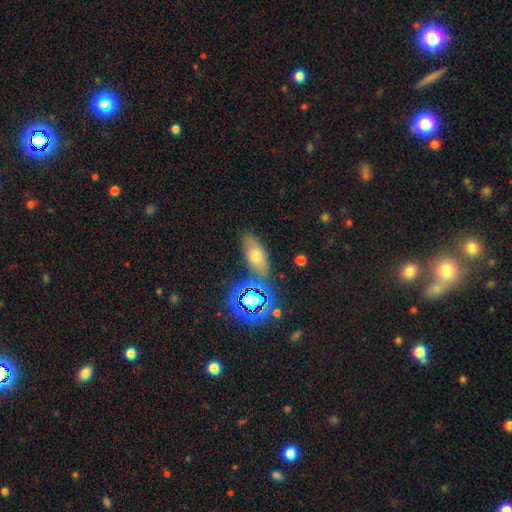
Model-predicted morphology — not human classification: The model was most divided on "smooth or featured": smooth: 59%, featured or disk: 22%, star or artifact: 19%. More confident: how rounded — in between (81%); merging — none (75%).